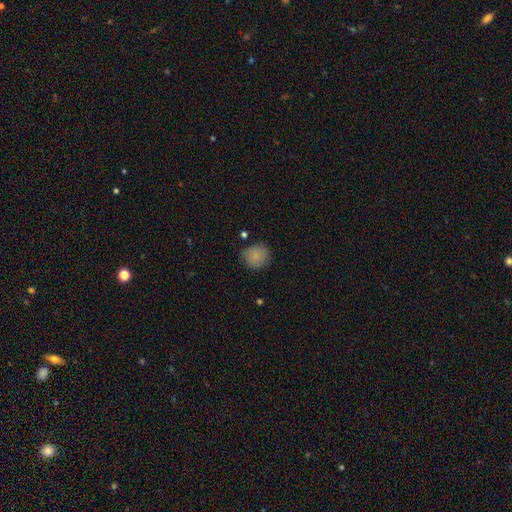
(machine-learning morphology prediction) Smooth or featured?
  - smooth: 84% *
  - star or artifact: 9%
  - featured or disk: 7%
How rounded?
  - round: 84% *
  - in between: 15%
  - cigar-shaped: 1%
Merging?
  - none: 76% *
  - minor disturbance: 17%
  - major disturbance: 4%
  - merger: 2%